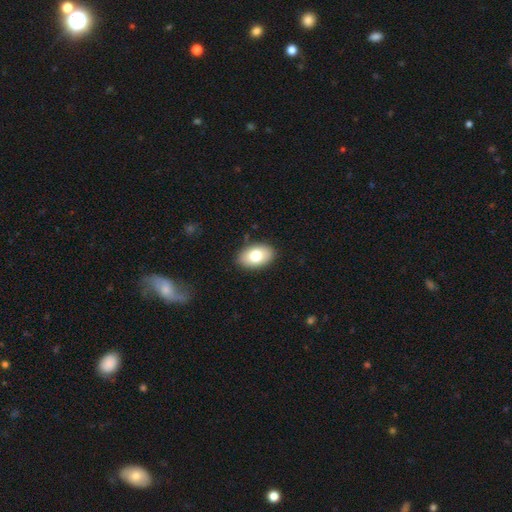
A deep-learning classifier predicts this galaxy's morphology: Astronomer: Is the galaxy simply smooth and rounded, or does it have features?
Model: smooth — 76%.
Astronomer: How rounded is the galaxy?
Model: in between — 90%.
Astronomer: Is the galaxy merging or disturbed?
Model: none — 88%.